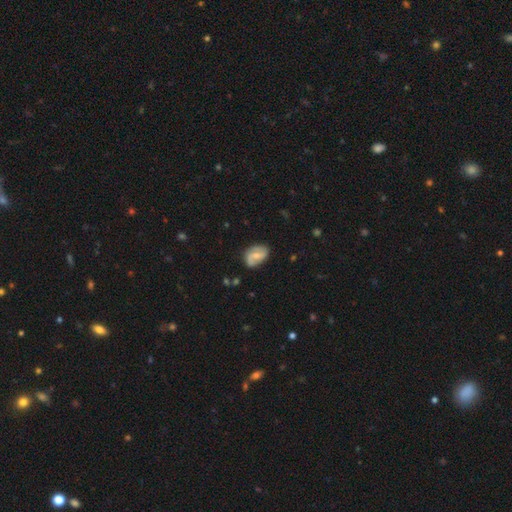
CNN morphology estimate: Overall: featured or disk (59%; smooth 34%). Edge-on disk: no (96%). Bar: weak (46%; no 38%). Spiral arms: yes (85%). Bulge size: small (48%; moderate 42%). Merging: none (71%).